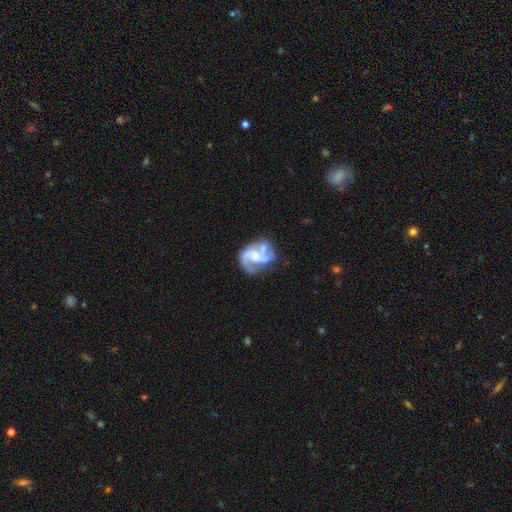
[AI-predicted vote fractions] This appears to be a featured or disk galaxy (83%) with no bar (51%), 2 (51%) medium (52%) spiral arms (93%) and a moderate central bulge (37%). Merging: none (46%).